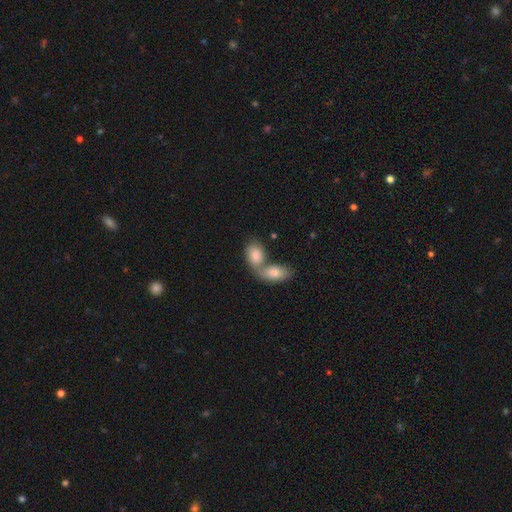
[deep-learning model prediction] A smooth galaxy with no disk features (80%) that is in between round and cigar-shaped (86%).

Vote fractions:
- Smooth or featured? smooth: 80% / featured or disk: 12% / star or artifact: 8%
- How rounded? in between: 86% / round: 11% / cigar-shaped: 3%
- Merging? merger: 65% / none: 25% / minor disturbance: 7% / major disturbance: 3%